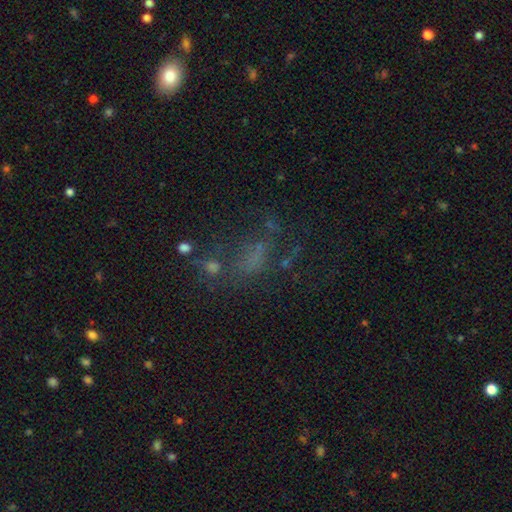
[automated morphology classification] The model was most divided on "smooth or featured": smooth: 37%, star or artifact: 31%, featured or disk: 31%. Remaining: merging — none (40%).